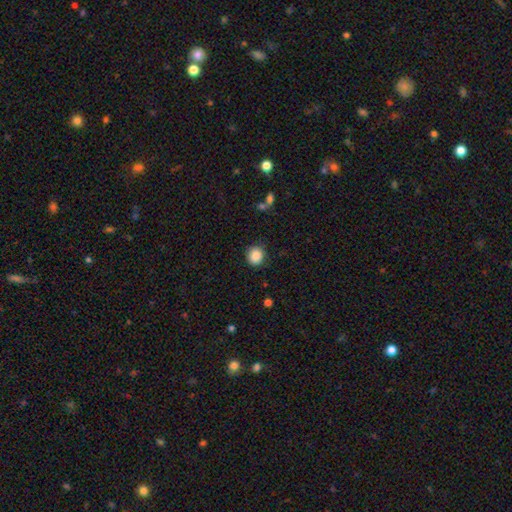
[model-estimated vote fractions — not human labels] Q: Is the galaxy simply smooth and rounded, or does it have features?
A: smooth — 88%.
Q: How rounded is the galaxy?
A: round — 82%.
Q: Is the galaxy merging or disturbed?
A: none — 86%.